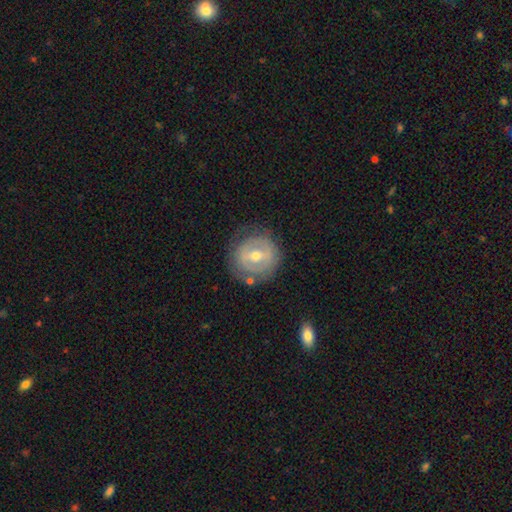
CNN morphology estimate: Smooth or featured: featured or disk — 59% (smooth — 34%)
Edge-on disk: no — 95% (yes — 5%)
Bar: weak — 46% (strong — 28%)
Spiral arms: no — 65% (yes — 35%)
Bulge size: moderate — 65% (small — 30%)
Merging: none — 76% (minor disturbance — 15%)